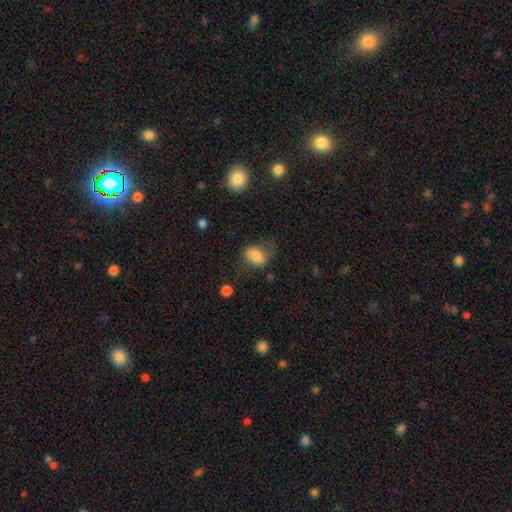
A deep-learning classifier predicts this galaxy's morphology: A smooth galaxy with no disk features (79%) that is in between round and cigar-shaped (80%).

Vote fractions:
- Smooth or featured? smooth: 79% / featured or disk: 11% / star or artifact: 9%
- How rounded? in between: 80% / round: 19% / cigar-shaped: 1%
- Merging? none: 45% / minor disturbance: 30% / major disturbance: 22% / merger: 3%